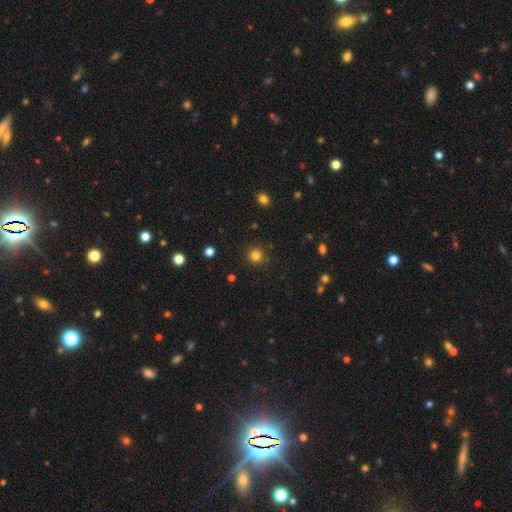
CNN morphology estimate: type=smooth (82%); roundness=round (94%); merging=none (89%).